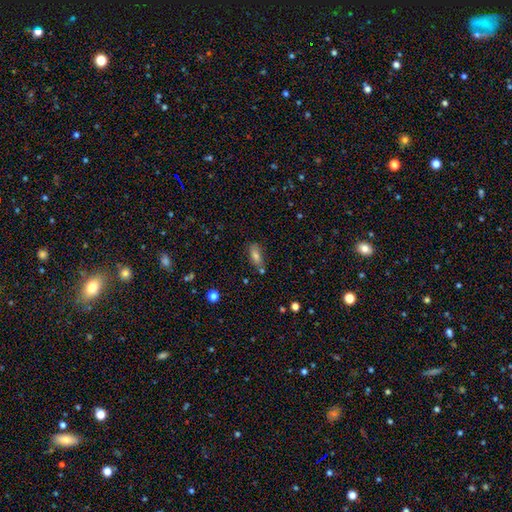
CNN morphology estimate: The model was most divided on "merging": none: 72%, minor disturbance: 16%, merger: 8%, major disturbance: 4%. More confident: how rounded — in between (78%); smooth or featured — smooth (74%).